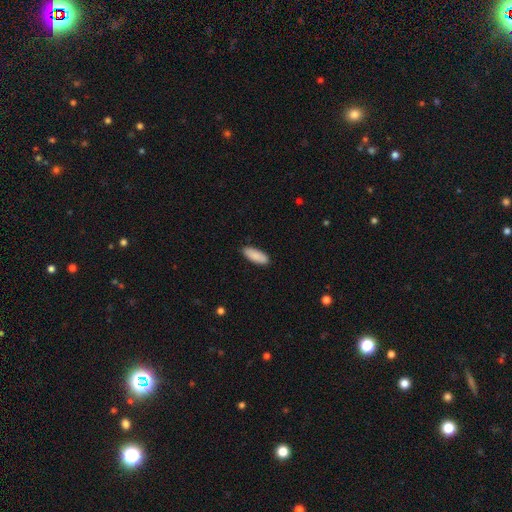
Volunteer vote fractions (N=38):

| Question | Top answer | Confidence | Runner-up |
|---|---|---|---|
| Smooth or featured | smooth | 92% | star or artifact (5%) |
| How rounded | in between | 80% | cigar-shaped (17%) |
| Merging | none | 92% | minor disturbance (6%) |